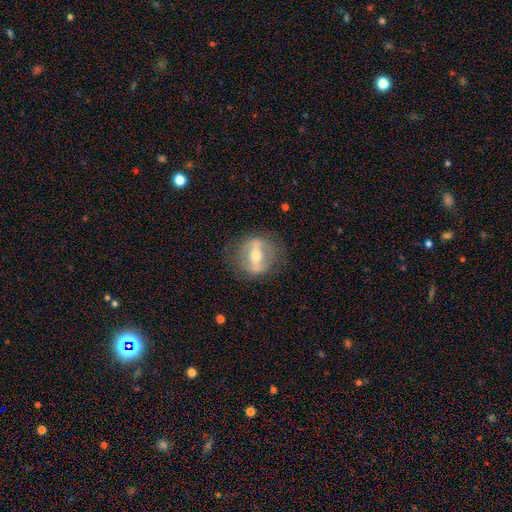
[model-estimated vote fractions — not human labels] This appears to be a featured or disk galaxy (72%) with a strong bar (77%), no spiral arms (73%) and a moderate central bulge (63%). Merging: none (79%).